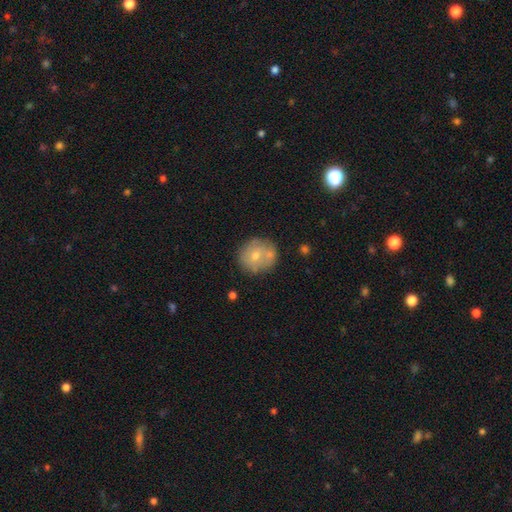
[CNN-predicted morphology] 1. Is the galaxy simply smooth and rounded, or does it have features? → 66% smooth, 26% featured or disk, 8% star or artifact.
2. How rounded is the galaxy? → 87% round, 12% in between, 1% cigar-shaped.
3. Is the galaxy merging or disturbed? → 59% none, 21% merger, 15% minor disturbance, 4% major disturbance.